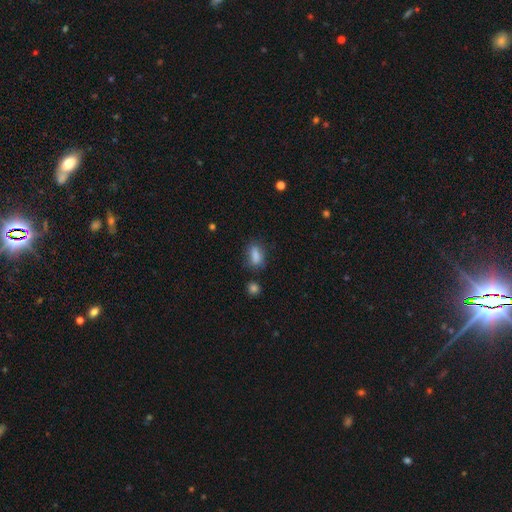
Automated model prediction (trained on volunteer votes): Q: Smooth or featured?
A: smooth (81%); runner-up: star or artifact (10%)
Q: How rounded?
A: in between (73%); runner-up: cigar-shaped (18%)
Q: Merging?
A: none (71%); runner-up: minor disturbance (19%)